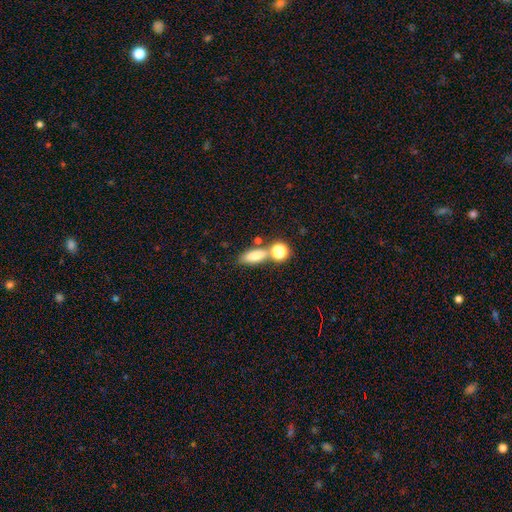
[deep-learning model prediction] smooth_or_featured: smooth (p=0.78) [alt: star or artifact p=0.11]
how_rounded: in between (p=0.64) [alt: cigar-shaped p=0.25]
merging: none (p=0.59) [alt: merger p=0.24]